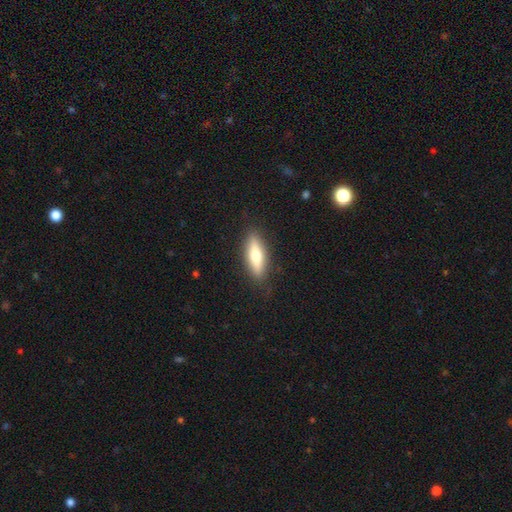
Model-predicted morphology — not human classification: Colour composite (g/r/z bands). It shows a smooth galaxy with no disk features (59%) that is cigar-shaped (54%). Merging: none (87%).